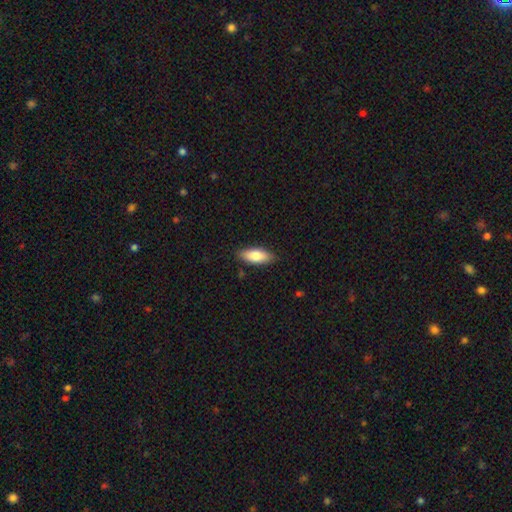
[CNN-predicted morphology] smooth-or-featured: smooth: 80% | featured or disk: 14% | star or artifact: 6%
  how-rounded: in between: 79% | cigar-shaped: 19% | round: 2%
  merging: none: 85% | minor disturbance: 11% | major disturbance: 2% | merger: 1%